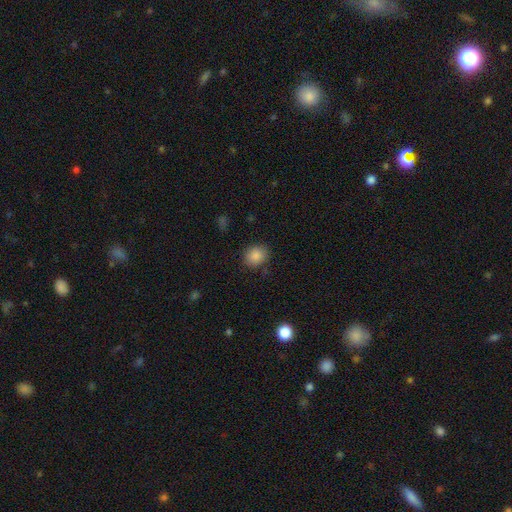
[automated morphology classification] A smooth galaxy with no disk features (87%) that is round (66%). Merging: none (85%).